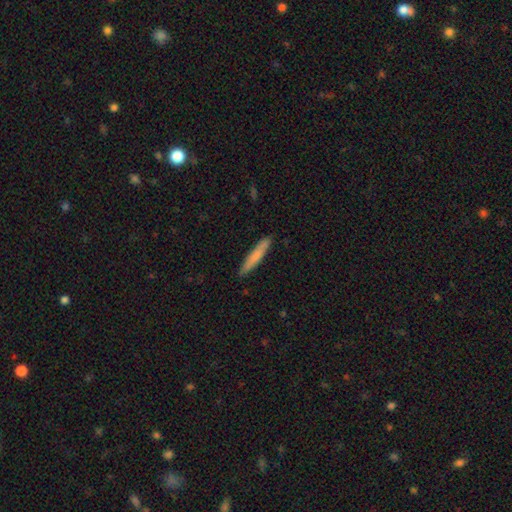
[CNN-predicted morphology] smooth_or_featured: smooth (p=0.75) [alt: featured or disk p=0.19]
how_rounded: cigar-shaped (p=0.94) [alt: in between p=0.05]
merging: none (p=0.89) [alt: minor disturbance p=0.08]